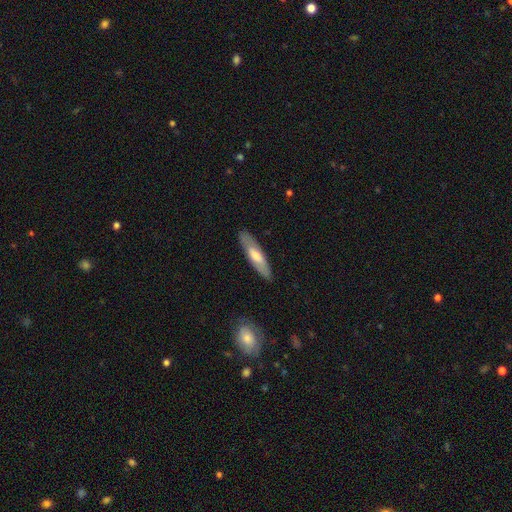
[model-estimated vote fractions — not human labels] Q: Smooth or featured?
A: smooth (55%); runner-up: featured or disk (39%)
Q: How rounded?
A: cigar-shaped (72%); runner-up: in between (26%)
Q: Merging?
A: none (87%); runner-up: minor disturbance (10%)